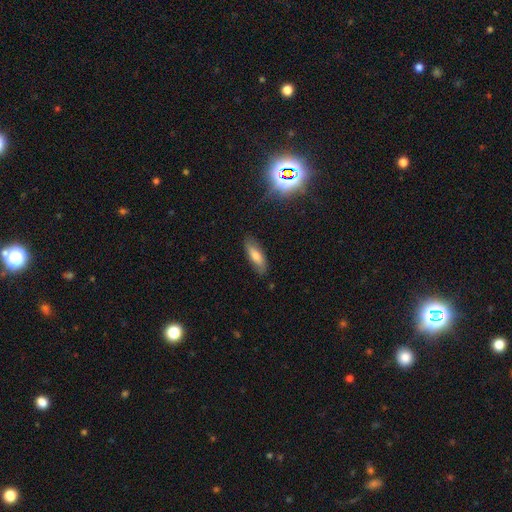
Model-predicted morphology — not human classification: smooth-or-featured: smooth: 70% | featured or disk: 22% | star or artifact: 8%
  how-rounded: in between: 57% | cigar-shaped: 41% | round: 2%
  merging: none: 81% | minor disturbance: 15% | major disturbance: 3% | merger: 1%